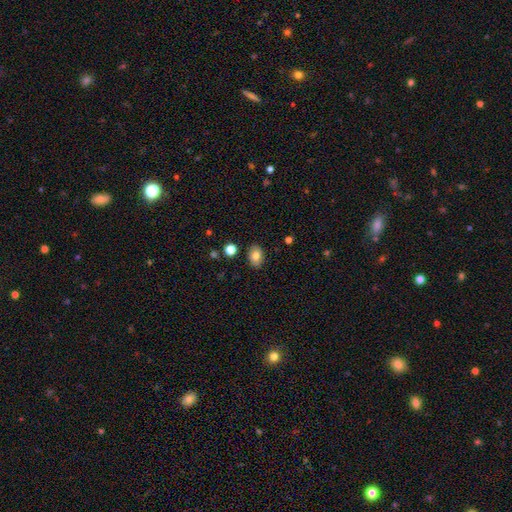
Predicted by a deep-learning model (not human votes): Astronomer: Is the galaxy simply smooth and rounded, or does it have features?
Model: smooth — 79%.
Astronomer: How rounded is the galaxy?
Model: in between — 75%.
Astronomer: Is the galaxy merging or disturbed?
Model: none — 87%.